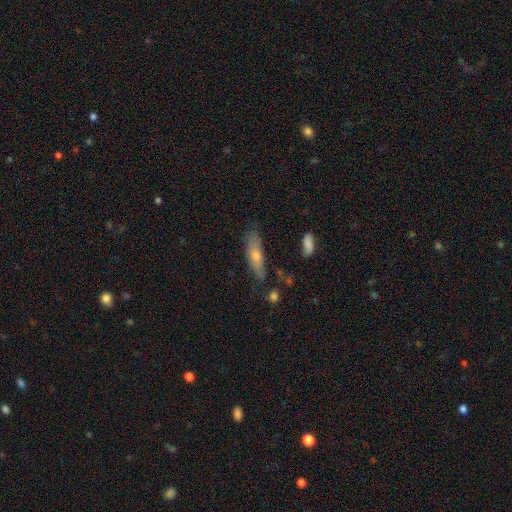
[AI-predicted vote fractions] Overall: smooth (55%; featured or disk 36%). How rounded: cigar-shaped (67%; in between 31%). Merging: none (72%).